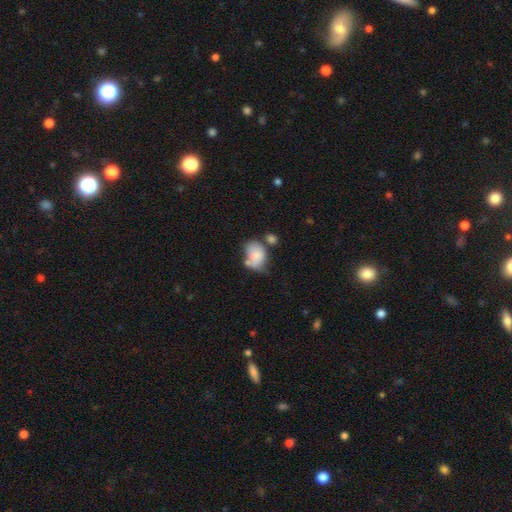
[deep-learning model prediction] smooth_or_featured: smooth (p=0.73) [alt: featured or disk p=0.19]
how_rounded: in between (p=0.69) [alt: round p=0.30]
merging: merger (p=0.33) [alt: none p=0.27]